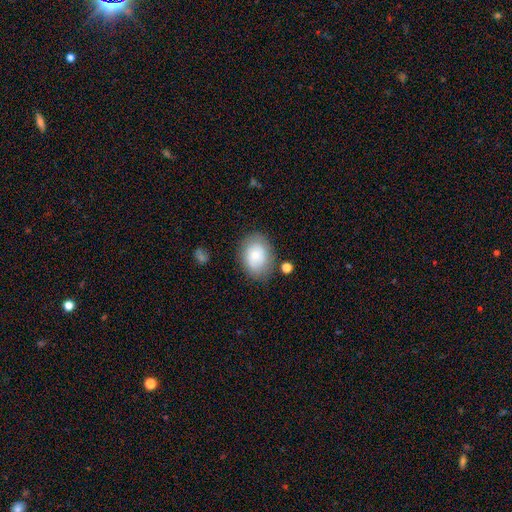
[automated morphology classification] Smooth or featured? smooth (72%)
How rounded? in between (67%)
Merging? none (74%)